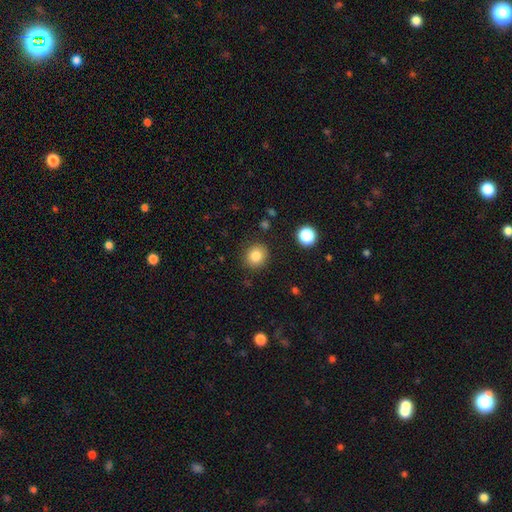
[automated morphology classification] Q: Smooth or featured?
A: smooth (84%); runner-up: star or artifact (10%)
Q: How rounded?
A: round (83%); runner-up: in between (16%)
Q: Merging?
A: none (88%); runner-up: minor disturbance (8%)